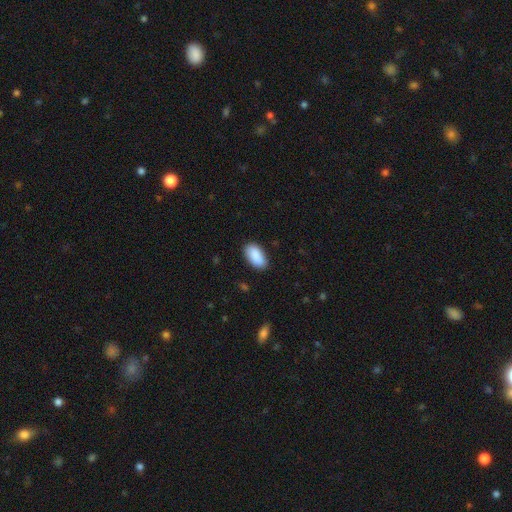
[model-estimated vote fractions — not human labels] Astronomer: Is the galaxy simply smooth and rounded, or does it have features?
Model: smooth — 90%.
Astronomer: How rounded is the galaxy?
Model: in between — 94%.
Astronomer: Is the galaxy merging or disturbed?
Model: none — 85%.